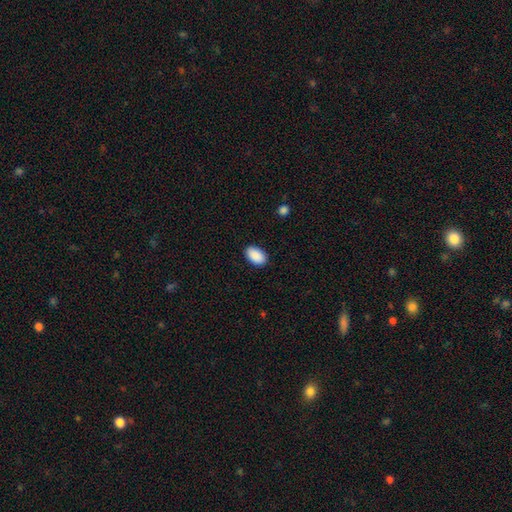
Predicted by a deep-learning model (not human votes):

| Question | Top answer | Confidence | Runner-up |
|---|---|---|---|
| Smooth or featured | smooth | 91% | star or artifact (6%) |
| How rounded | in between | 93% | round (6%) |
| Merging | none | 88% | minor disturbance (9%) |